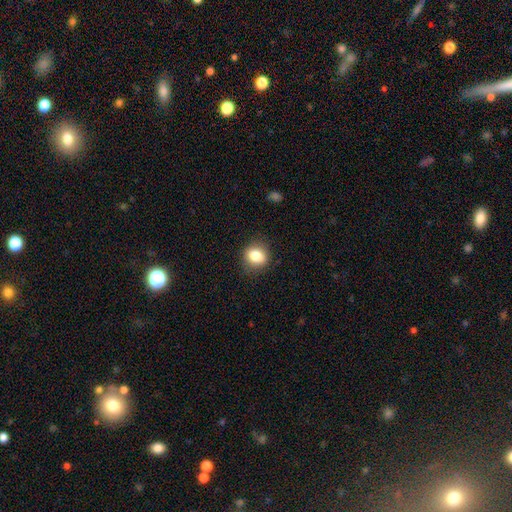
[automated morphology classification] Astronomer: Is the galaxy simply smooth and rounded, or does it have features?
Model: smooth — 81%.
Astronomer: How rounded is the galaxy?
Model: round — 61% (runner-up: in between, 38%).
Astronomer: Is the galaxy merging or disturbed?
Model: none — 86%.